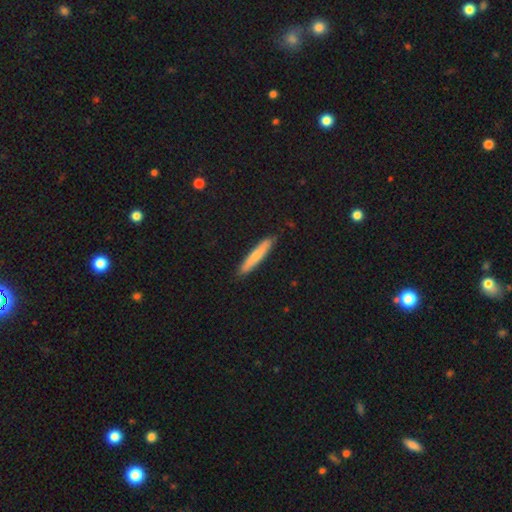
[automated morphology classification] Overall: smooth (70%). How rounded: cigar-shaped (92%). Merging: none (88%).